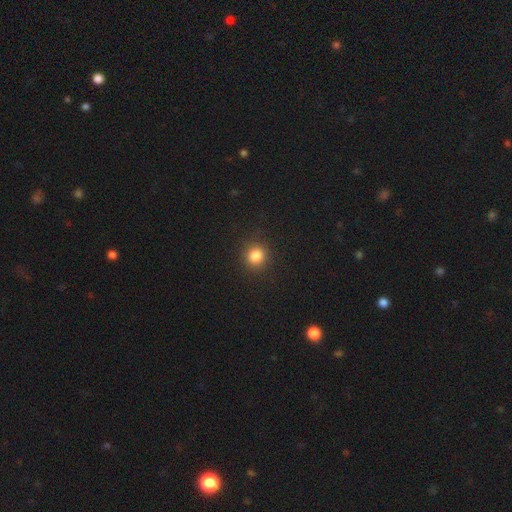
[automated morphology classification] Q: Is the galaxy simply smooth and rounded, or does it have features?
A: smooth — 83%.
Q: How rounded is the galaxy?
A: round — 89%.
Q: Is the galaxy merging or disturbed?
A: none — 90%.